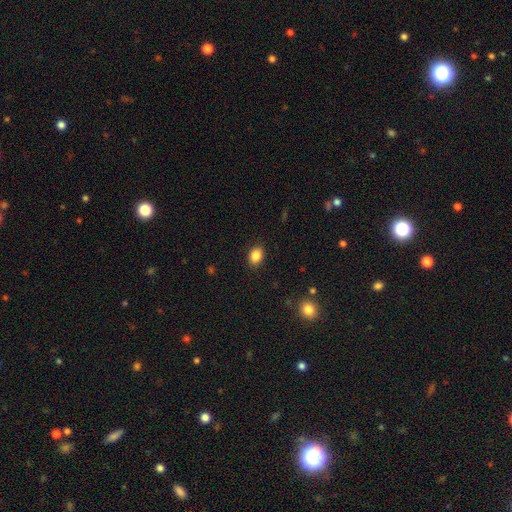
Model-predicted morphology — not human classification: Overall: smooth (86%). How rounded: in between (65%; round 34%). Merging: none (89%).